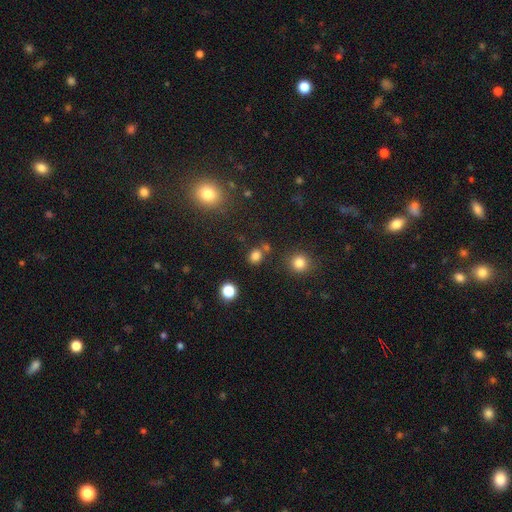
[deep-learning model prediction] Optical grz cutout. It shows a smooth galaxy with no disk features (79%) that is round (69%). Merging: none (73%).